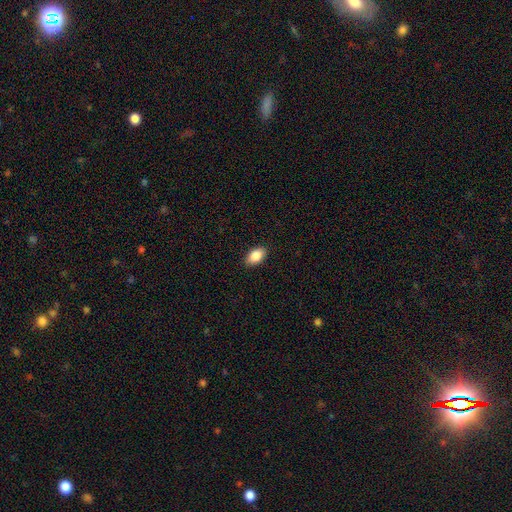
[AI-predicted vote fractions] A smooth galaxy with no disk features (87%) that is in between round and cigar-shaped (92%). Merging: none (88%).